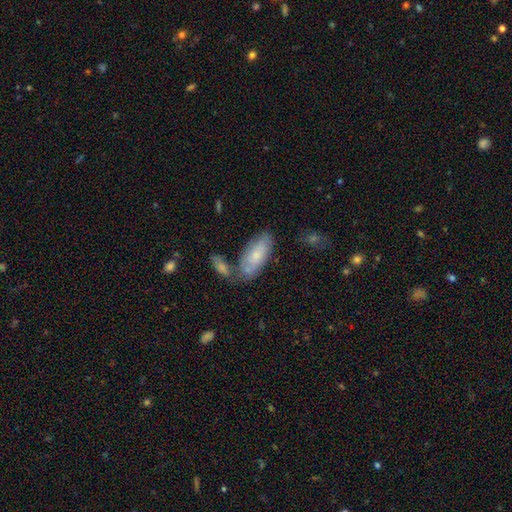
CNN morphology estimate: Q: Smooth or featured?
A: smooth (70%); runner-up: featured or disk (24%)
Q: How rounded?
A: in between (83%); runner-up: cigar-shaped (15%)
Q: Merging?
A: none (59%); runner-up: minor disturbance (18%)